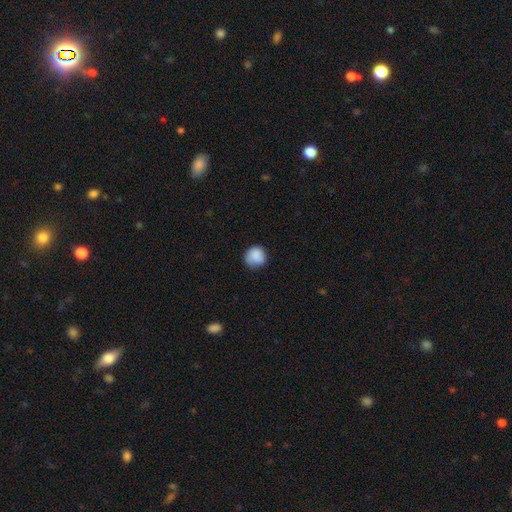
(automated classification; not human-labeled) smooth-or-featured: smooth: 86% | star or artifact: 8% | featured or disk: 6%
  how-rounded: round: 88% | in between: 11% | cigar-shaped: 1%
  merging: none: 72% | minor disturbance: 22% | major disturbance: 5% | merger: 2%